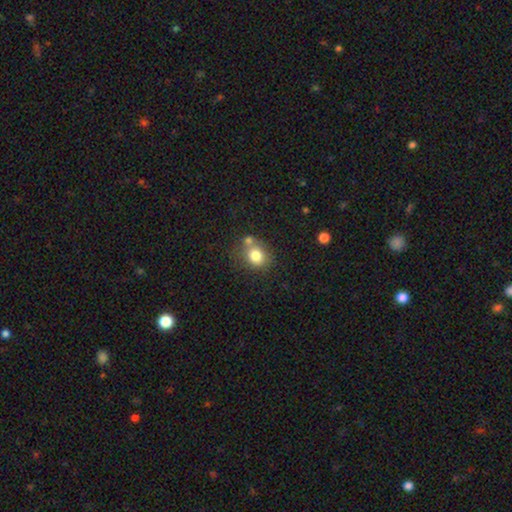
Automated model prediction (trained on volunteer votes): Smooth or featured: smooth — 79% (star or artifact — 10%)
How rounded: round — 70% (in between — 29%)
Merging: none — 54% (merger — 27%)